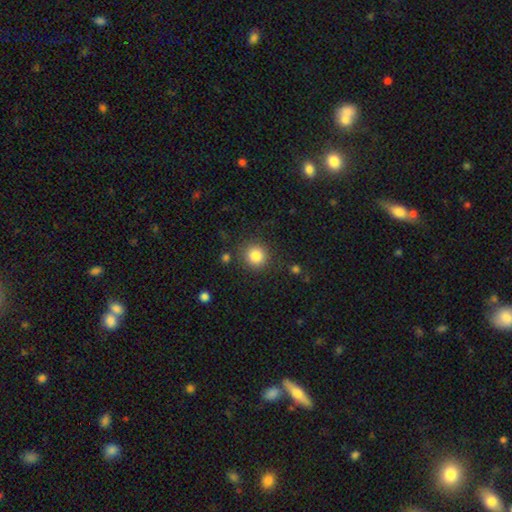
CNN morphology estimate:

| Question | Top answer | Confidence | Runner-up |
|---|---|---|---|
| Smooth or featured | smooth | 85% | star or artifact (10%) |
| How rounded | round | 90% | in between (9%) |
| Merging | none | 85% | minor disturbance (9%) |